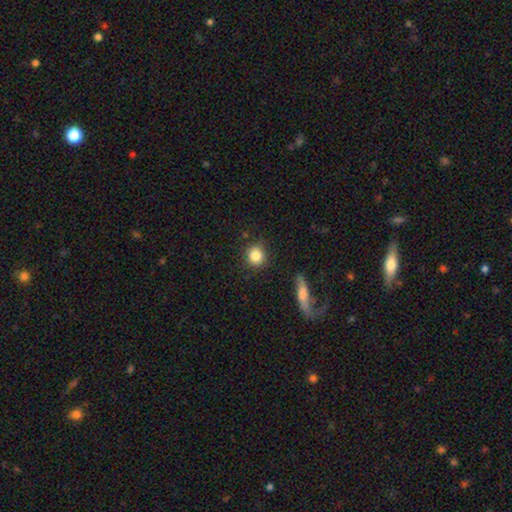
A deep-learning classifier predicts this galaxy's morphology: smooth_or_featured: smooth (p=0.84) [alt: star or artifact p=0.09]
how_rounded: round (p=0.89) [alt: in between p=0.10]
merging: none (p=0.85) [alt: minor disturbance p=0.10]